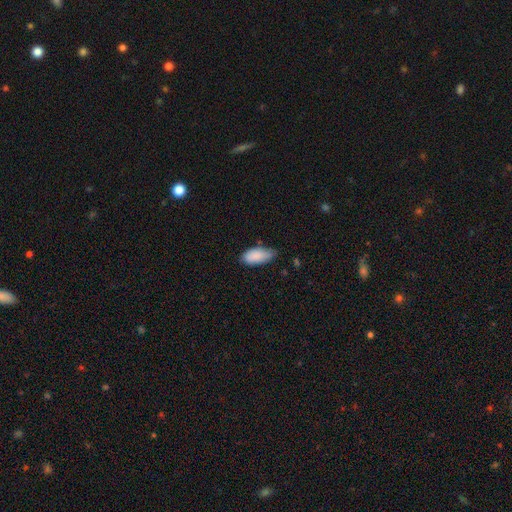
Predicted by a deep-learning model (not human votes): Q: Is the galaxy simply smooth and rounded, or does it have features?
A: smooth — 88%.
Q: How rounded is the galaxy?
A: in between — 90%.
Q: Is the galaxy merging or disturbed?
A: none — 60%.